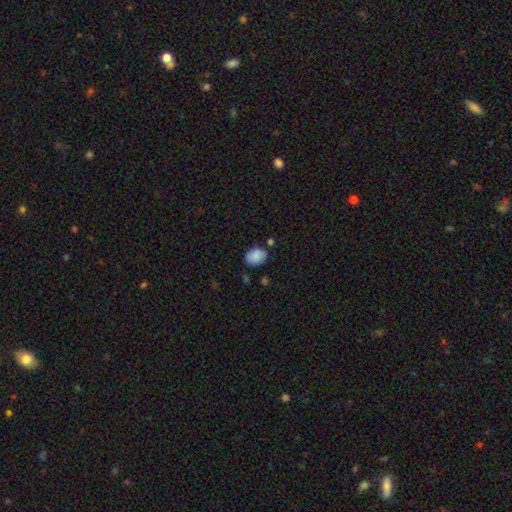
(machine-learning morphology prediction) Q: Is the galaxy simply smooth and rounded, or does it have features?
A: smooth — 85%.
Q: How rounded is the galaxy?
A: in between — 72%.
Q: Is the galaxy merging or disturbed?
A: none — 71%.